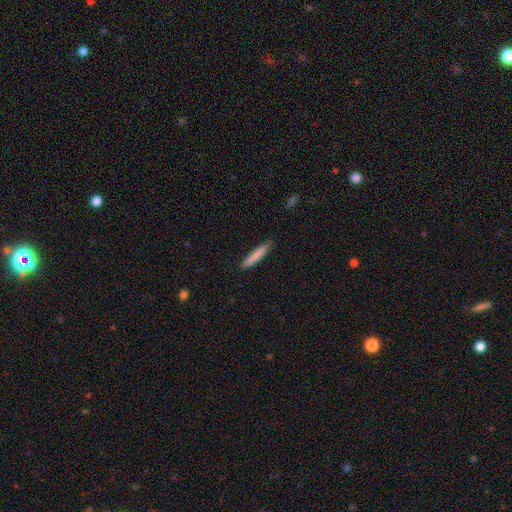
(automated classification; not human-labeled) This is clearly a smooth galaxy (81%). How rounded: clearly cigar-shaped (93%). Merging: clearly none (87%).